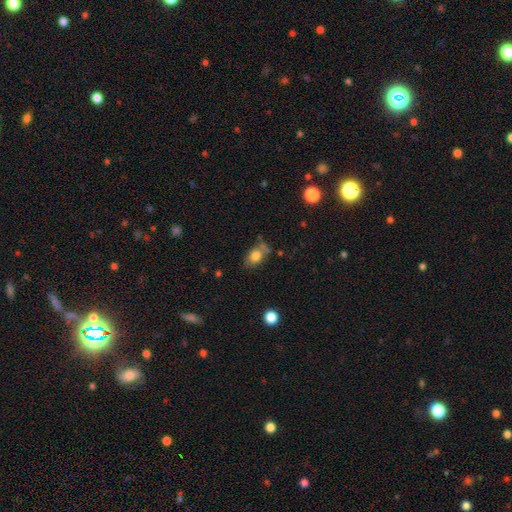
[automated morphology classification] type=smooth (75%); roundness=in between (80%); merging=none (57%).